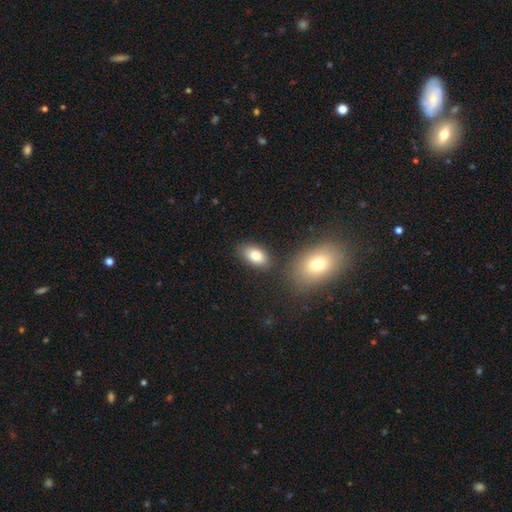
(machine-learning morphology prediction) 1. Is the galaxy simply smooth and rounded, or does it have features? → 82% smooth, 10% featured or disk, 8% star or artifact.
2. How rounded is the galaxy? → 91% in between, 7% round, 2% cigar-shaped.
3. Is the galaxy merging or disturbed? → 78% none, 11% minor disturbance, 7% merger, 3% major disturbance.